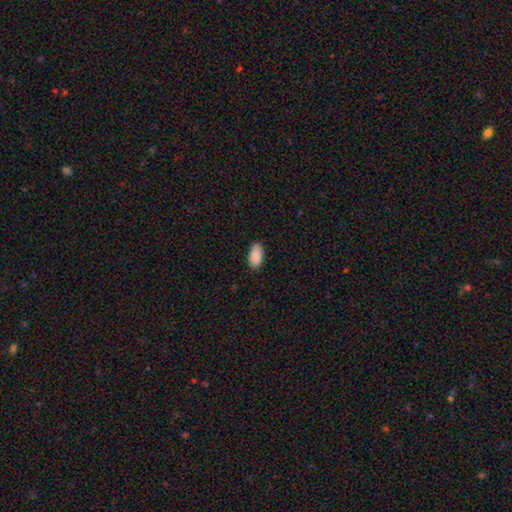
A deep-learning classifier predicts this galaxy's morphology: The model was most divided on "merging": none: 87%, minor disturbance: 10%, major disturbance: 2%, merger: 1%. More confident: how rounded — in between (95%); smooth or featured — smooth (91%).